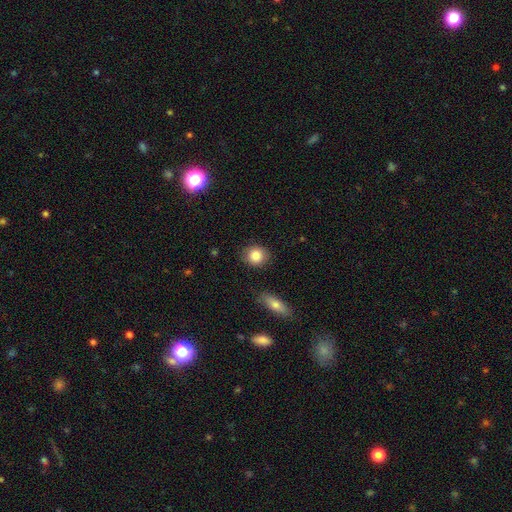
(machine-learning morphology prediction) Overall: smooth (86%). How rounded: round (78%). Merging: none (86%).